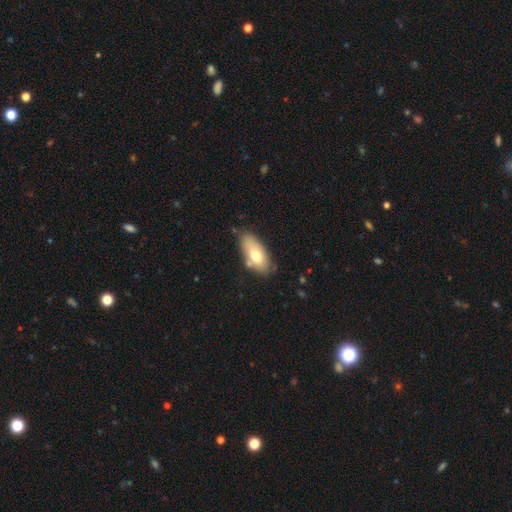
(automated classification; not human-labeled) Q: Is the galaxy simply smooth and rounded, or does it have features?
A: smooth — 67%.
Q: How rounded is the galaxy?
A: in between — 88%.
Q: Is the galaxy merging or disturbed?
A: none — 69%.